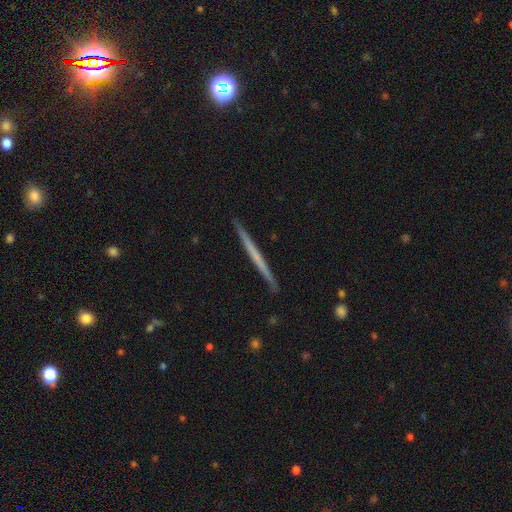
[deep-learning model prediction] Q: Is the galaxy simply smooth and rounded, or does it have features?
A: featured or disk — 54%.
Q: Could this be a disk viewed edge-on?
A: yes — 98%.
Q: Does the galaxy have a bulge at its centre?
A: none — 90%.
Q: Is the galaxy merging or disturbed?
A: none — 92%.